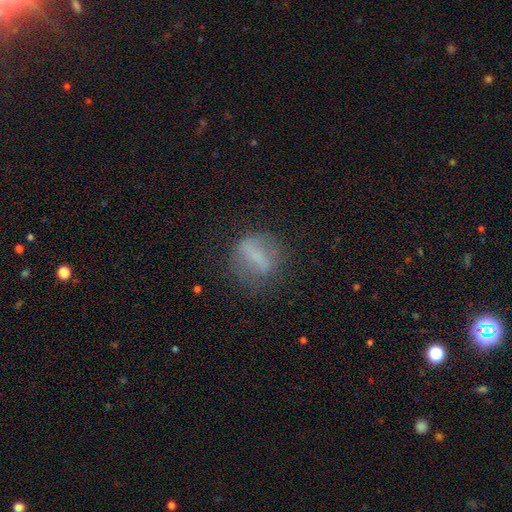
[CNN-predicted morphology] Overall: smooth (48%; featured or disk 41%). Merging: none (66%).